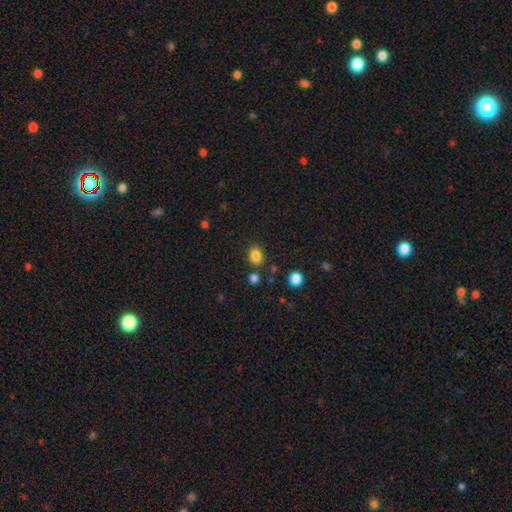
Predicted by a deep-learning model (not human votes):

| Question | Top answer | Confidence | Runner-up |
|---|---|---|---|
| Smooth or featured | smooth | 83% | star or artifact (12%) |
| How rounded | round | 60% | in between (39%) |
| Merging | none | 81% | minor disturbance (10%) |